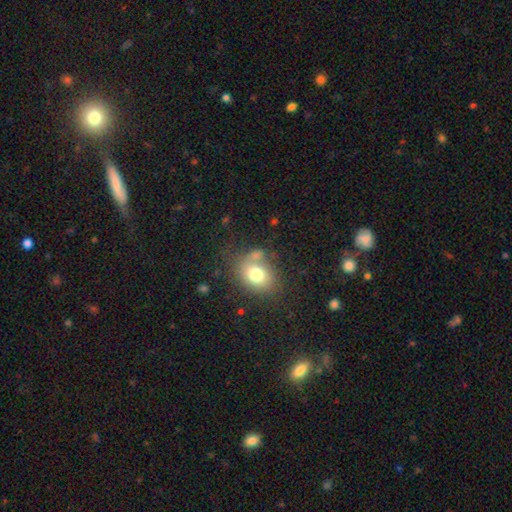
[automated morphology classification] Smooth or featured?
  - smooth: 75% *
  - featured or disk: 14%
  - star or artifact: 11%
How rounded?
  - in between: 58% *
  - round: 41%
  - cigar-shaped: 1%
Merging?
  - none: 61% *
  - minor disturbance: 18%
  - merger: 13%
  - major disturbance: 7%